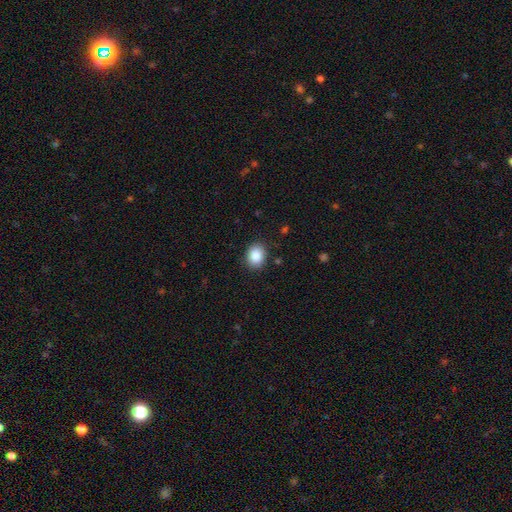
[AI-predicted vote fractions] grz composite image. It shows a smooth galaxy with no disk features (87%) that is in between round and cigar-shaped (55%). Merging: none (87%).